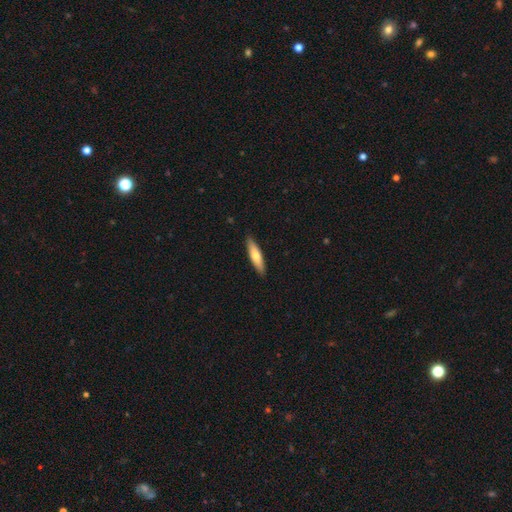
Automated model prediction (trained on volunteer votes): Smooth or featured: smooth — 67% (featured or disk — 28%)
How rounded: cigar-shaped — 75% (in between — 23%)
Merging: none — 90% (minor disturbance — 7%)